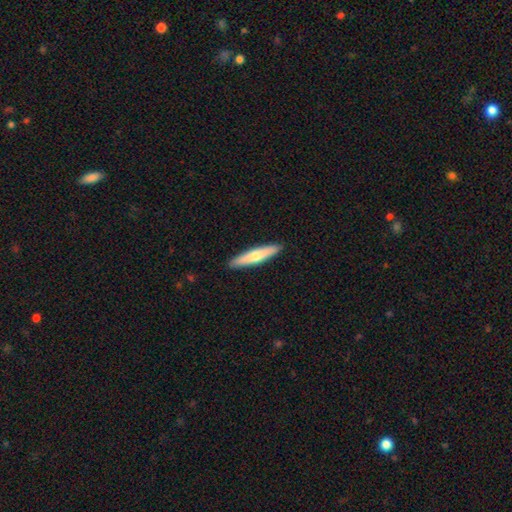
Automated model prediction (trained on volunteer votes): smooth 62%, featured or disk 33%, star or artifact 5%. Down the decision tree: how rounded — cigar-shaped (88%); merging — none (91%).